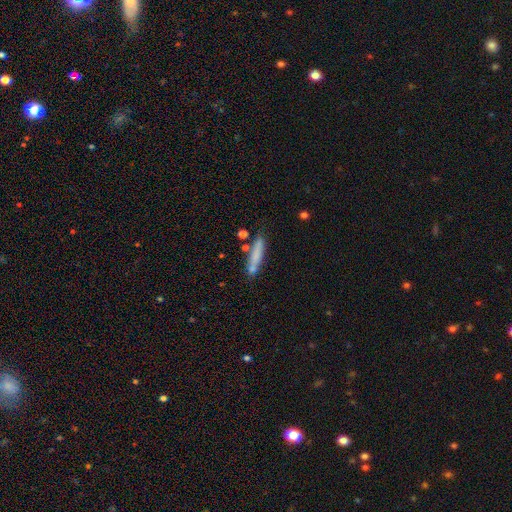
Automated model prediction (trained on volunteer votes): Smooth or featured? smooth (72%)
How rounded? cigar-shaped (88%)
Merging? none (72%)